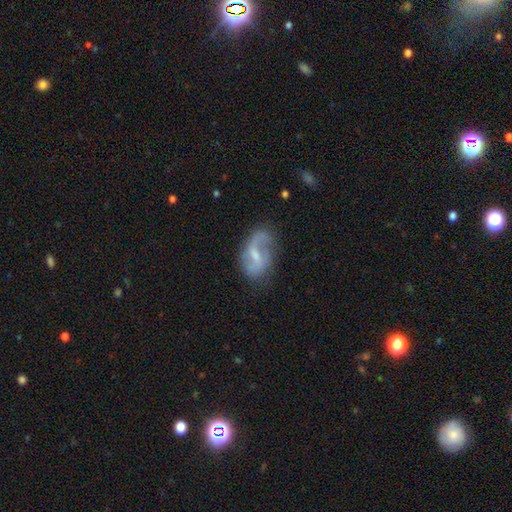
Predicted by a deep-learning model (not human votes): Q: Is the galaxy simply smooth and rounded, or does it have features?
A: featured or disk — 73%.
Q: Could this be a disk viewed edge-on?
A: no — 97%.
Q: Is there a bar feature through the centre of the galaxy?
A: weak — 58%.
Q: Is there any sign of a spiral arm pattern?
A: yes — 87%.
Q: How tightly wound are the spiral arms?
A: loose — 51%.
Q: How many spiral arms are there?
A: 2 — 68%.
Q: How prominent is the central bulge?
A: small — 45%.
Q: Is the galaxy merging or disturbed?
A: none — 59%.